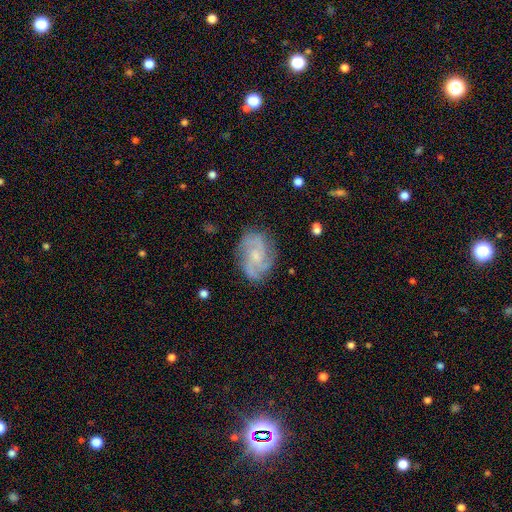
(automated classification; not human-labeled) Smooth or featured? Predicted: featured or disk (p=0.80). Edge-on disk? Predicted: no (p=0.98). Bar? Predicted: no (p=0.62). Spiral arms? Predicted: yes (p=0.95). Spiral winding? Predicted: medium (p=0.48). Spiral arm count? Predicted: 3 (p=0.34). Bulge size? Predicted: small (p=0.52). Merging? Predicted: none (p=0.76).